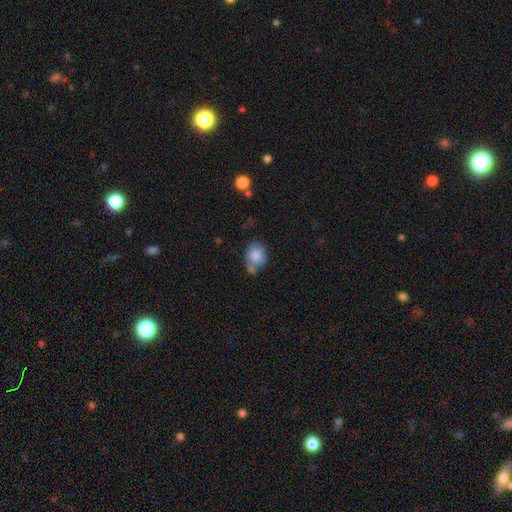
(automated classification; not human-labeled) Morphology: type=smooth (83%); roundness=round (52%); merging=none (48%).